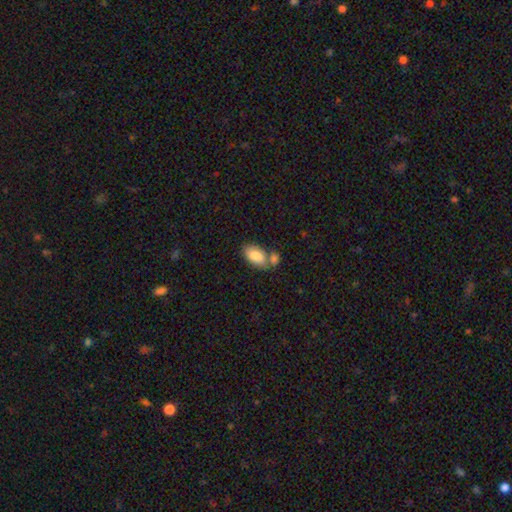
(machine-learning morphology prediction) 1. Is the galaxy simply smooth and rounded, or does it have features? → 84% smooth, 10% featured or disk, 6% star or artifact.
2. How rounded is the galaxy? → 94% in between, 4% round, 2% cigar-shaped.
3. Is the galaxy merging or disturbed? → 47% none, 35% merger, 14% minor disturbance, 4% major disturbance.